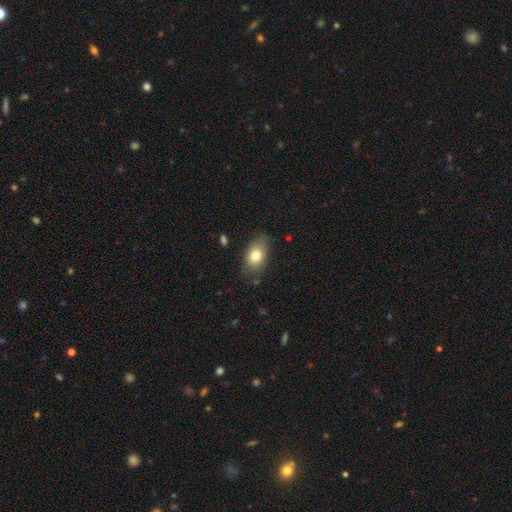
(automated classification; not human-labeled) A smooth galaxy with no disk features (79%) that is in between round and cigar-shaped (87%).

Vote fractions:
- Smooth or featured? smooth: 79% / featured or disk: 13% / star or artifact: 8%
- How rounded? in between: 87% / round: 11% / cigar-shaped: 2%
- Merging? none: 75% / minor disturbance: 19% / major disturbance: 4% / merger: 2%